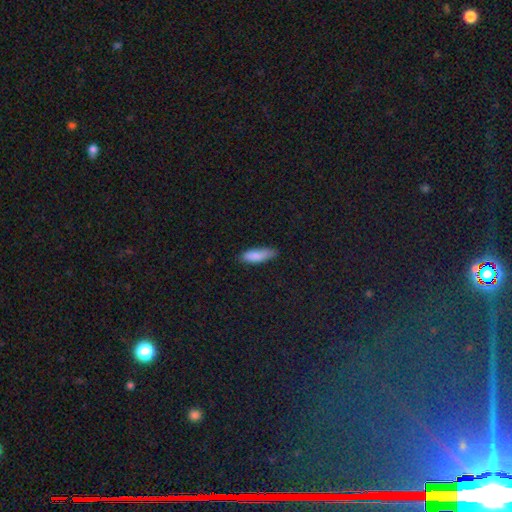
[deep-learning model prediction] Smooth or featured?
  - smooth: 86% *
  - featured or disk: 8%
  - star or artifact: 7%
How rounded?
  - in between: 52% *
  - cigar-shaped: 46%
  - round: 2%
Merging?
  - none: 73% *
  - minor disturbance: 22%
  - major disturbance: 4%
  - merger: 1%